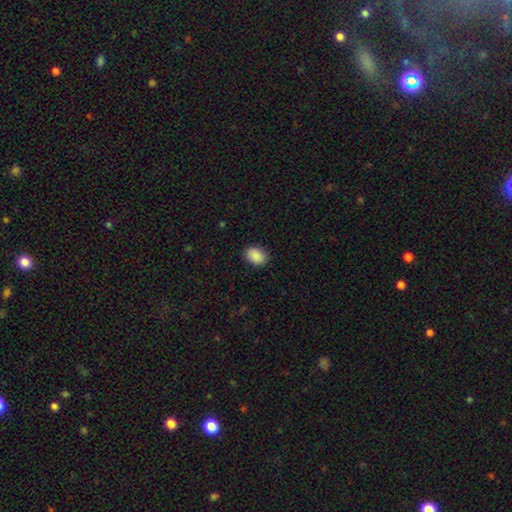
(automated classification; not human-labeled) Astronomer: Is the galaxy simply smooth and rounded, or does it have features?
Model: smooth — 90%.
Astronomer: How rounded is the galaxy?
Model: in between — 76%.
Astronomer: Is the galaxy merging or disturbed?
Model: none — 88%.